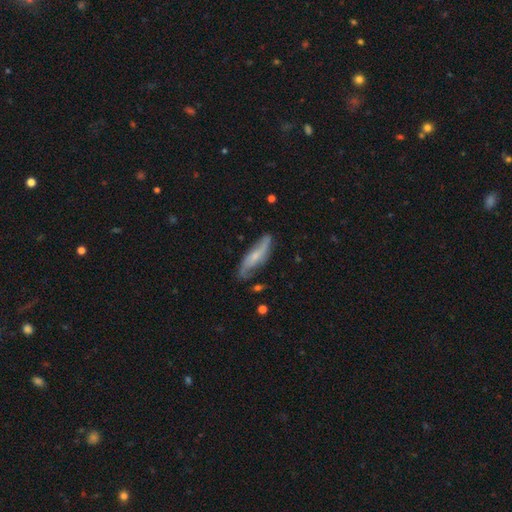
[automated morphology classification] featured or disk 61%, smooth 32%, star or artifact 7%. Down the decision tree: edge-on disk — no (68%); merging — none (69%).